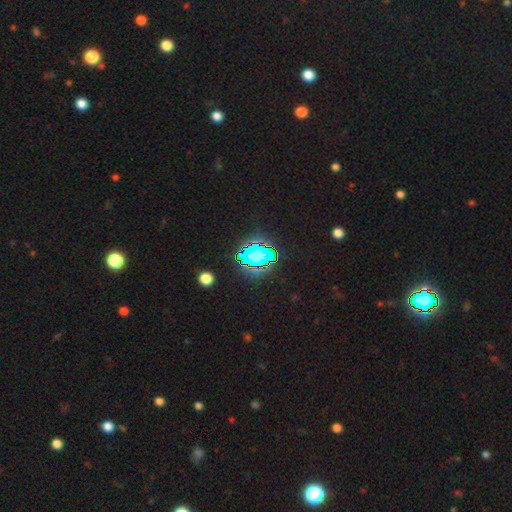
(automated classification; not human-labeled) Overall: star or artifact (57%; smooth 28%).